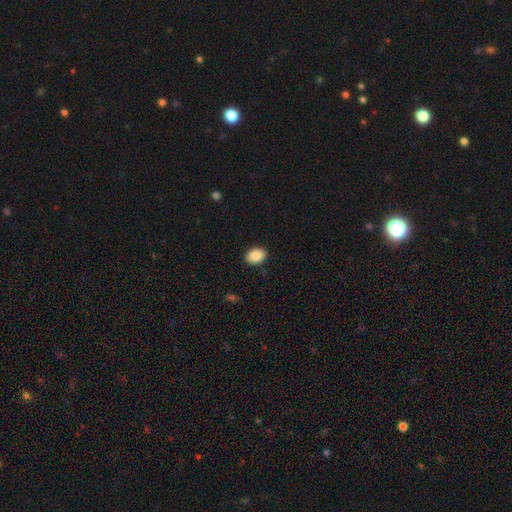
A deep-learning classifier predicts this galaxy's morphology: Smooth or featured?
  - smooth: 88% *
  - star or artifact: 8%
  - featured or disk: 4%
How rounded?
  - in between: 74% *
  - round: 25%
  - cigar-shaped: 1%
Merging?
  - none: 89% *
  - minor disturbance: 8%
  - major disturbance: 2%
  - merger: 1%